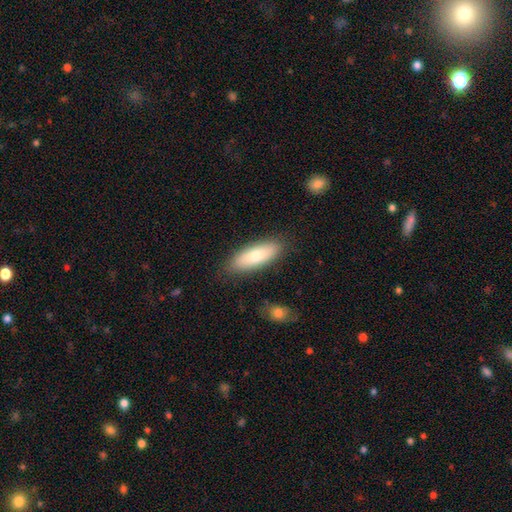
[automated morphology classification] Smooth or featured?
  - smooth: 75% *
  - featured or disk: 19%
  - star or artifact: 6%
How rounded?
  - in between: 66% *
  - cigar-shaped: 32%
  - round: 2%
Merging?
  - none: 85% *
  - minor disturbance: 10%
  - major disturbance: 2%
  - merger: 2%